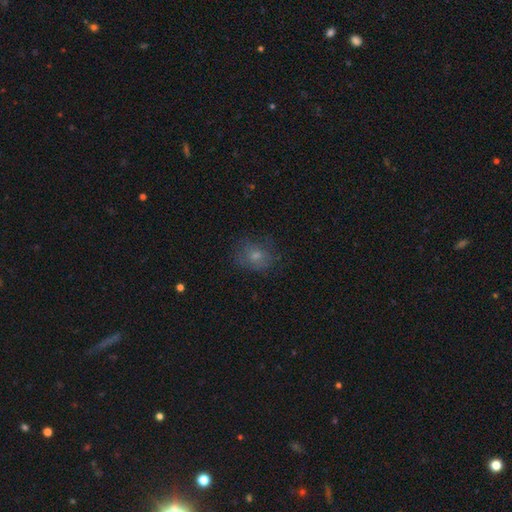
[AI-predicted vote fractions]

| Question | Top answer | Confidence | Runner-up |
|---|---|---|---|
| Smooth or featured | smooth | 56% | featured or disk (22%) |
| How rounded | round | 60% | in between (39%) |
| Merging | none | 74% | minor disturbance (17%) |